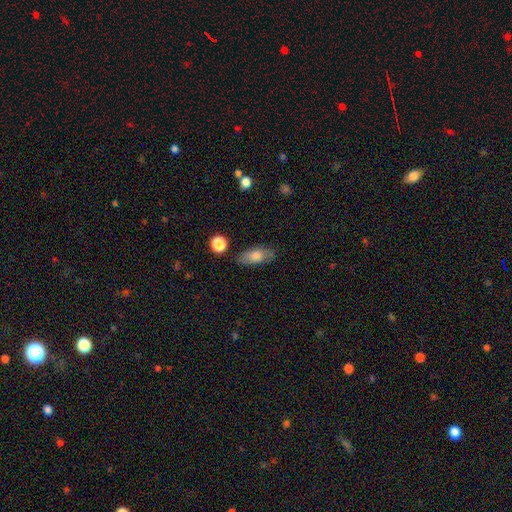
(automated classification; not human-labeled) smooth 74%, featured or disk 18%, star or artifact 8%. Down the decision tree: how rounded — in between (83%); merging — none (81%).